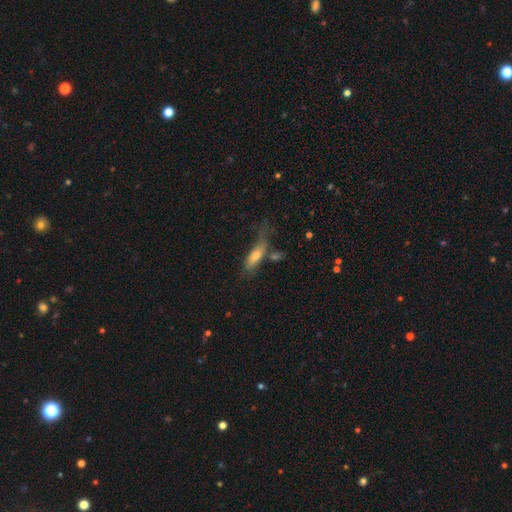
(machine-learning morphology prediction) Smooth or featured? Predicted: smooth (p=0.63). How rounded? Predicted: cigar-shaped (p=0.57). Merging? Predicted: none (p=0.48).